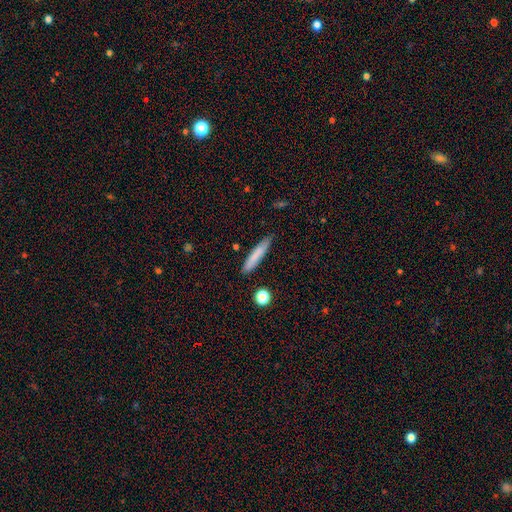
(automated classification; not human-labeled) The model was most divided on "smooth or featured": smooth: 78%, featured or disk: 15%, star or artifact: 7%. More confident: how rounded — cigar-shaped (89%); merging — none (83%).